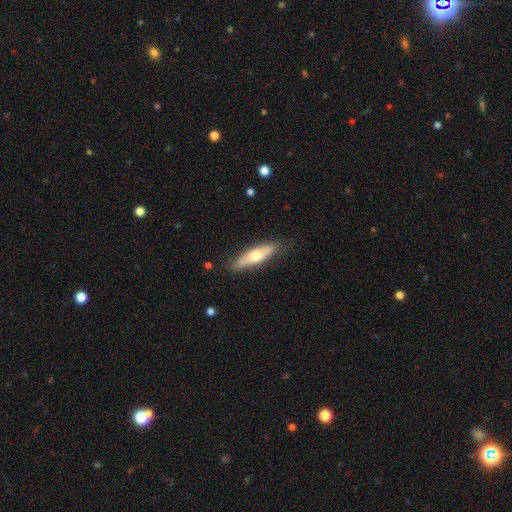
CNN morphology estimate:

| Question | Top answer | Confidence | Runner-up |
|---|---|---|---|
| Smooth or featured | smooth | 52% | featured or disk (43%) |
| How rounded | cigar-shaped | 62% | in between (36%) |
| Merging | none | 81% | minor disturbance (15%) |